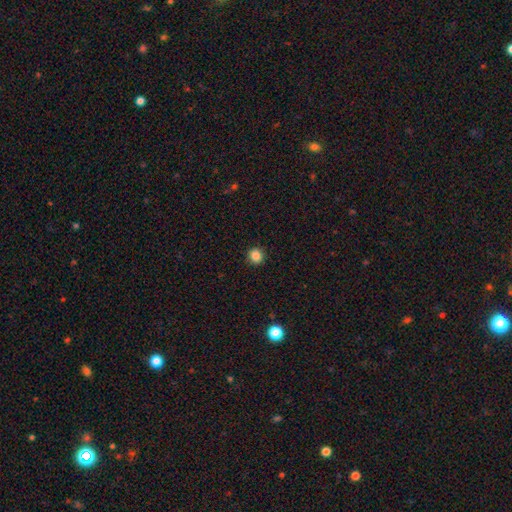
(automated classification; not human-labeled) Smooth or featured? Predicted: smooth (p=0.85). How rounded? Predicted: round (p=0.92). Merging? Predicted: none (p=0.92).